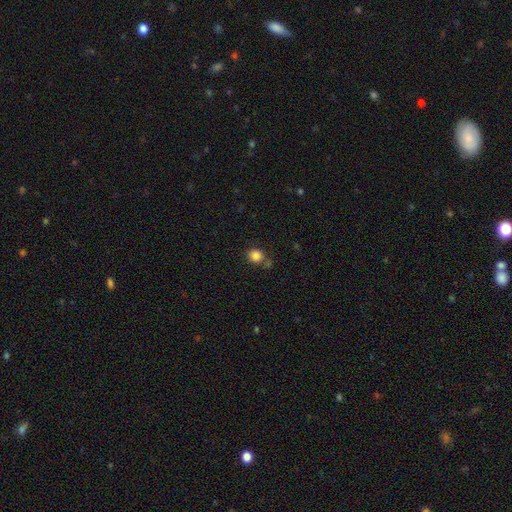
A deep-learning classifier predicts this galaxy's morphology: The model was most divided on "merging": none: 73%, merger: 12%, minor disturbance: 11%, major disturbance: 3%. More confident: smooth or featured — smooth (85%); how rounded — round (85%).